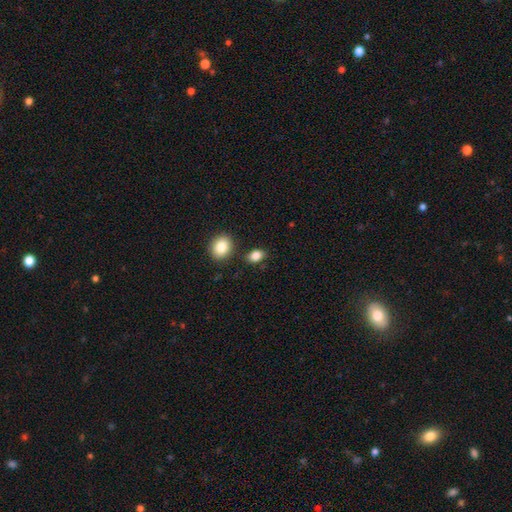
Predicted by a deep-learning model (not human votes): smooth 85%, star or artifact 9%, featured or disk 6%. Down the decision tree: how rounded — in between (74%); merging — none (80%).